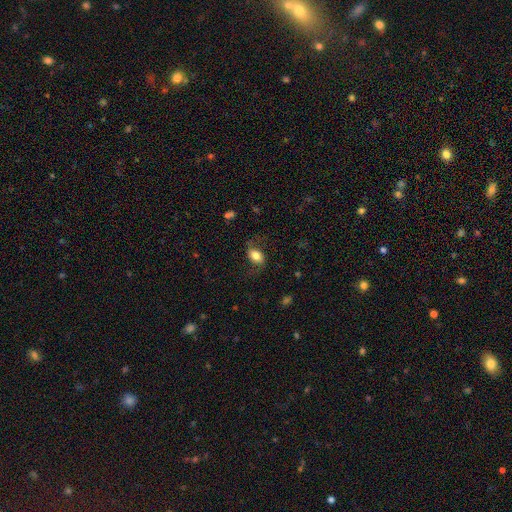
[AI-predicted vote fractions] Smooth or featured? smooth (66%)
How rounded? in between (84%)
Merging? none (68%)